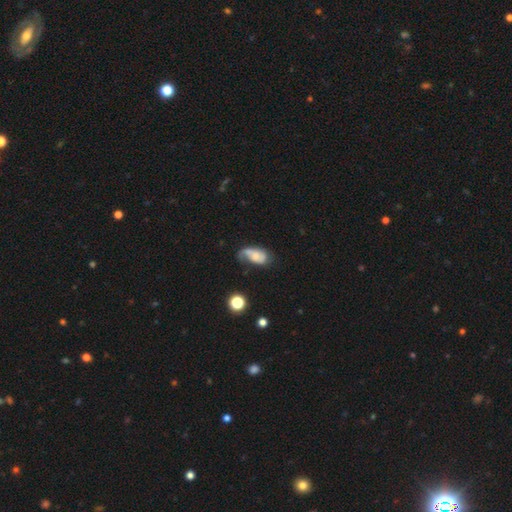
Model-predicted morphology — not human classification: type=featured or disk (54%); edge-on=no (95%); bar=no (67%); spiral arms=yes (82%); bulge=small (47%); merging=none (41%).